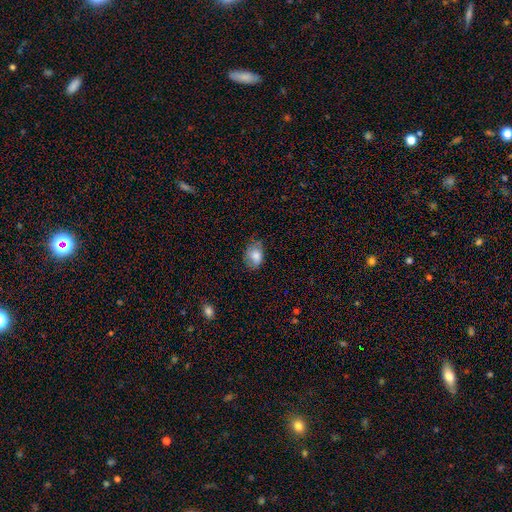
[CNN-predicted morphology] type=smooth (80%); roundness=in between (76%); merging=none (63%).